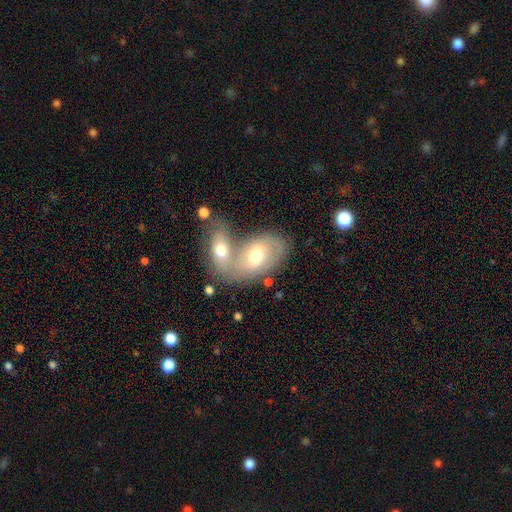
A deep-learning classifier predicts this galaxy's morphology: This is possibly a smooth galaxy (47%). Merging: possibly merger (58%).